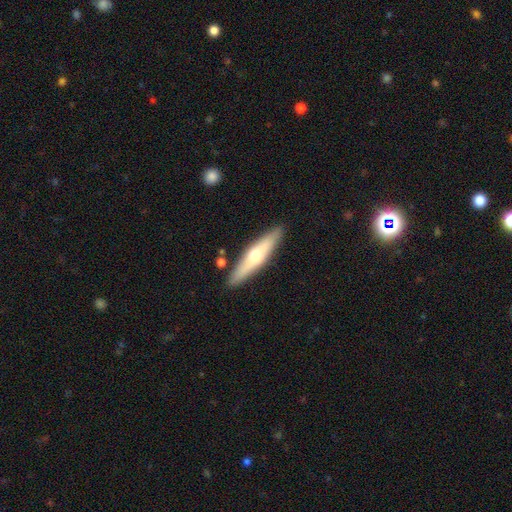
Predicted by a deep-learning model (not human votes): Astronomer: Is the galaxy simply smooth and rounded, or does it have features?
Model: featured or disk — 51% (runner-up: smooth, 44%).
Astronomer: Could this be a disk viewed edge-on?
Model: yes — 88%.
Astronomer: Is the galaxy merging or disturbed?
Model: none — 88%.